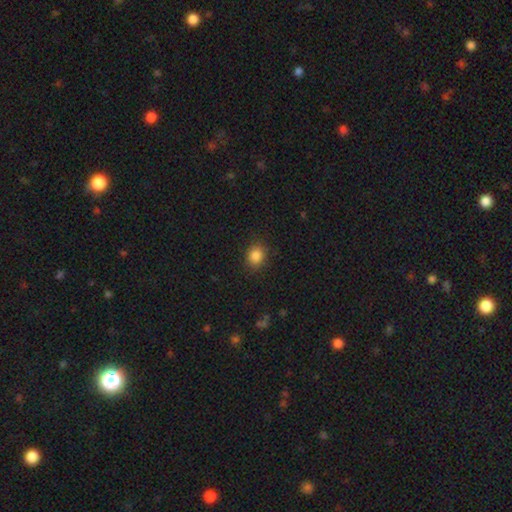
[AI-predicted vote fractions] This is clearly a smooth galaxy (86%). How rounded: likely round (63%). Merging: clearly none (87%).